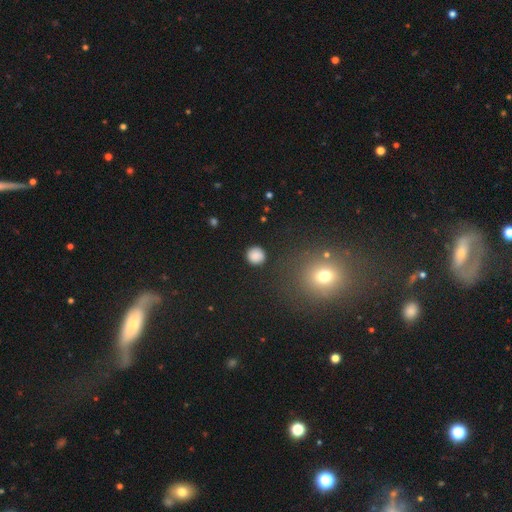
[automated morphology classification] Overall: smooth (85%). How rounded: round (93%). Merging: none (90%).